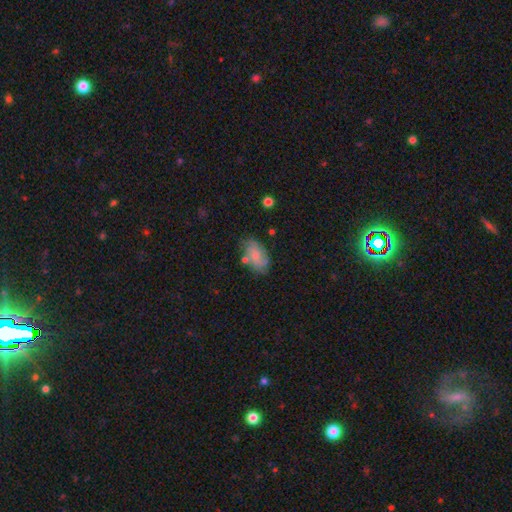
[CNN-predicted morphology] smooth 48%, featured or disk 43%, star or artifact 8%. Down the decision tree: merging — none (62%).